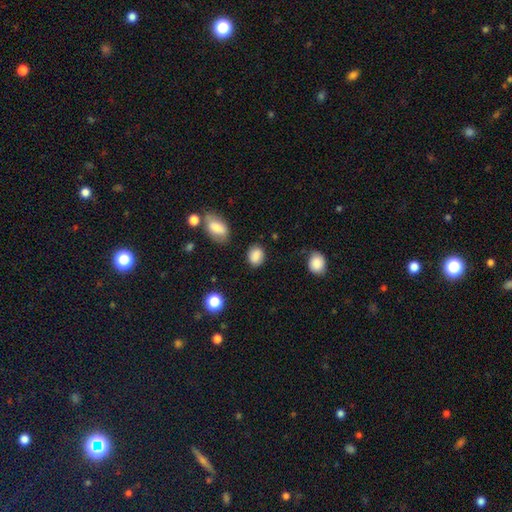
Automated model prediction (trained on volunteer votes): Q: Smooth or featured?
A: smooth (85%); runner-up: star or artifact (9%)
Q: How rounded?
A: in between (56%); runner-up: round (42%)
Q: Merging?
A: none (80%); runner-up: minor disturbance (14%)